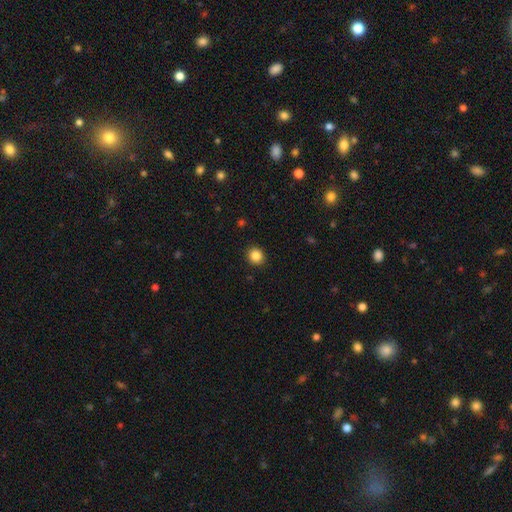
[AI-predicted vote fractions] Morphology: type=smooth (85%); roundness=round (81%); merging=none (91%).